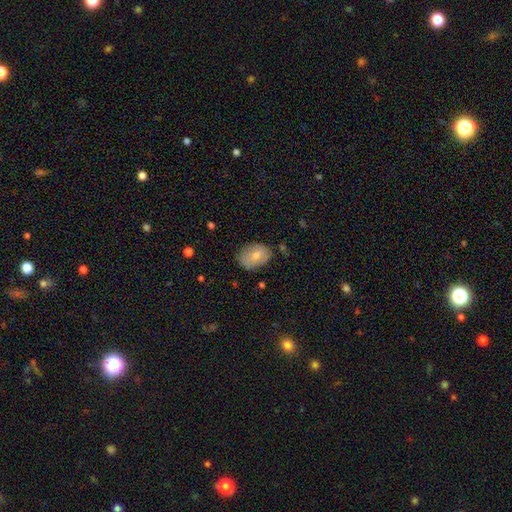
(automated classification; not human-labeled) Smooth or featured? Predicted: smooth (p=0.77). How rounded? Predicted: in between (p=0.79). Merging? Predicted: none (p=0.72).